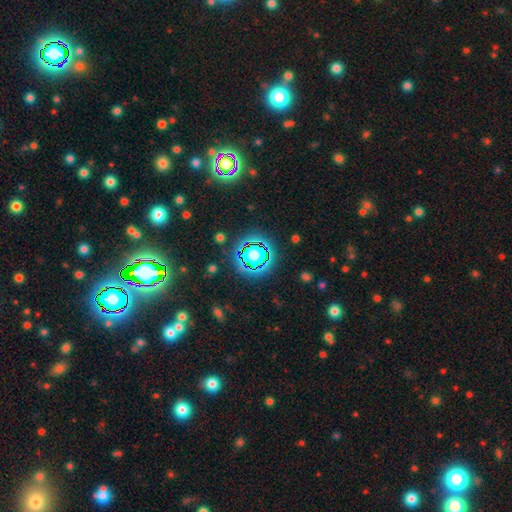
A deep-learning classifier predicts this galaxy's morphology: Overall: star or artifact (59%; smooth 29%).